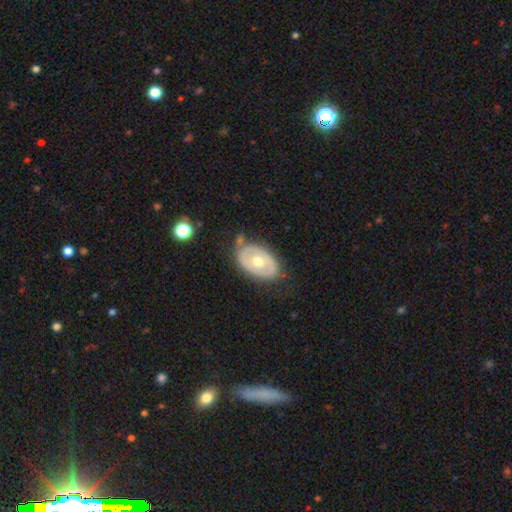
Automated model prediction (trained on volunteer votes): Smooth or featured?
  - featured or disk: 60% *
  - smooth: 35%
  - star or artifact: 5%
Edge-on disk?
  - no: 92% *
  - yes: 8%
Bar?
  - no: 86% *
  - weak: 11%
  - strong: 3%
Spiral arms?
  - no: 76% *
  - yes: 24%
Bulge size?
  - moderate: 77% *
  - small: 15%
  - large: 6%
  - none: 1%
  - dominant: 1%
Merging?
  - none: 68% *
  - minor disturbance: 21%
  - major disturbance: 7%
  - merger: 4%